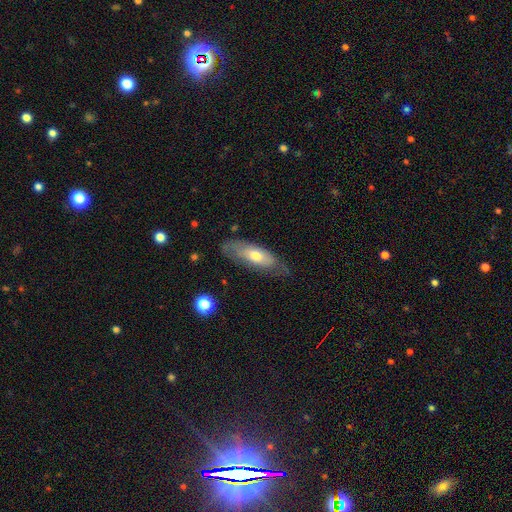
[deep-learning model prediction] Smooth or featured?
  - smooth: 53% *
  - featured or disk: 41%
  - star or artifact: 6%
How rounded?
  - in between: 70% *
  - cigar-shaped: 27%
  - round: 2%
Merging?
  - none: 62% *
  - minor disturbance: 27%
  - major disturbance: 9%
  - merger: 2%